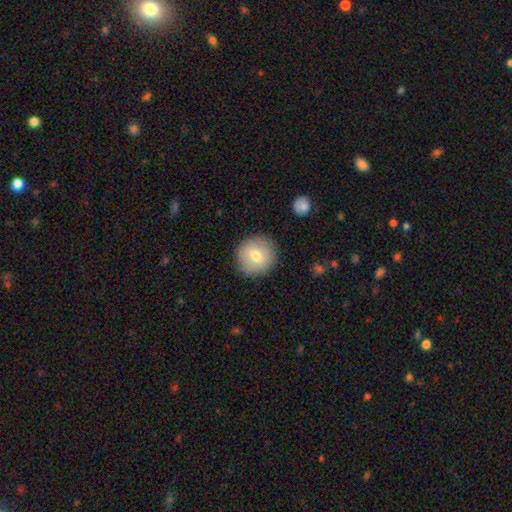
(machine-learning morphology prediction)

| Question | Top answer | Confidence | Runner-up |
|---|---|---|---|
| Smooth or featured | smooth | 71% | featured or disk (21%) |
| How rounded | round | 94% | in between (5%) |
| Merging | none | 88% | minor disturbance (8%) |